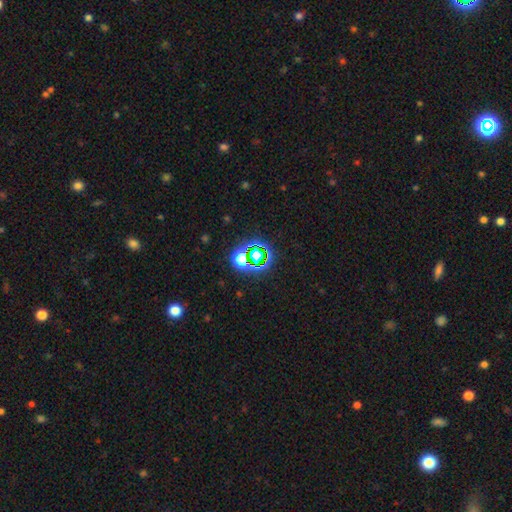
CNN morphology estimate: smooth_or_featured: star or artifact (p=0.66) [alt: smooth p=0.23]